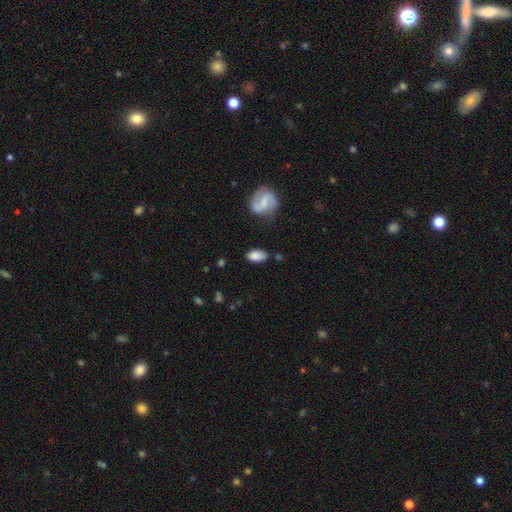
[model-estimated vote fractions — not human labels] This appears to be a smooth galaxy with no disk features (77%) that is in between round and cigar-shaped (92%). Merging: none (72%).